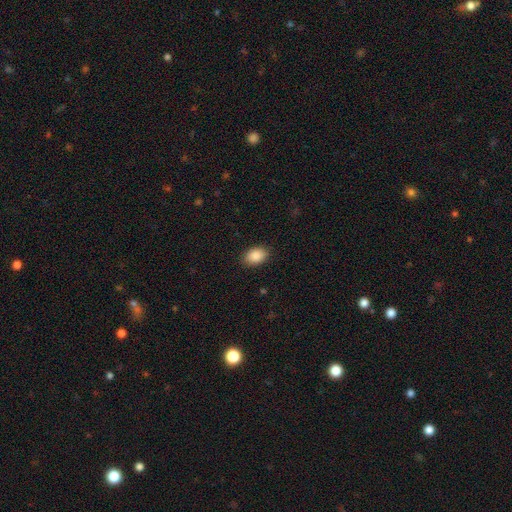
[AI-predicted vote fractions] A smooth galaxy with no disk features (88%) that is in between round and cigar-shaped (86%). Merging: none (88%).